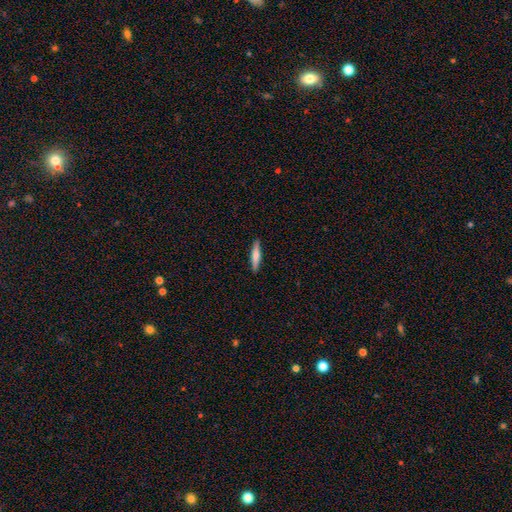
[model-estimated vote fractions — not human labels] This is likely a smooth galaxy (68%). How rounded: clearly cigar-shaped (88%). Merging: clearly none (89%).